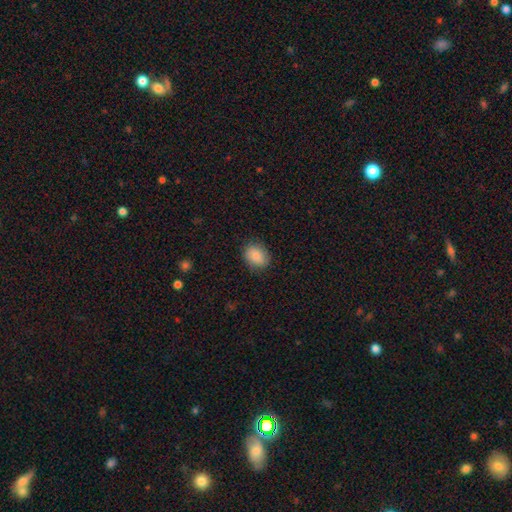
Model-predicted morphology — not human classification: A smooth galaxy with no disk features (85%) that is in between round and cigar-shaped (63%). Merging: none (84%).